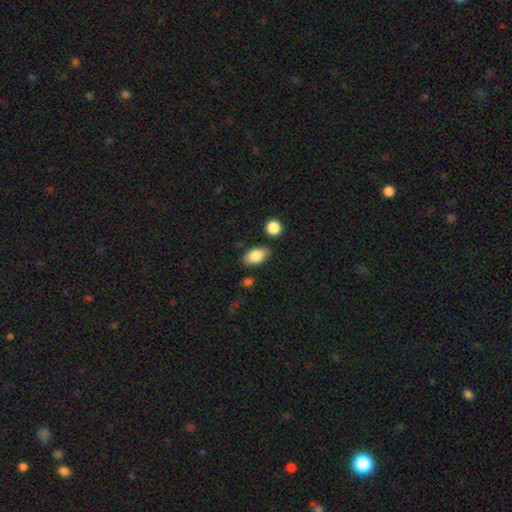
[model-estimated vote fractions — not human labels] smooth 84%, featured or disk 9%, star or artifact 7%. Down the decision tree: how rounded — in between (91%); merging — none (80%).